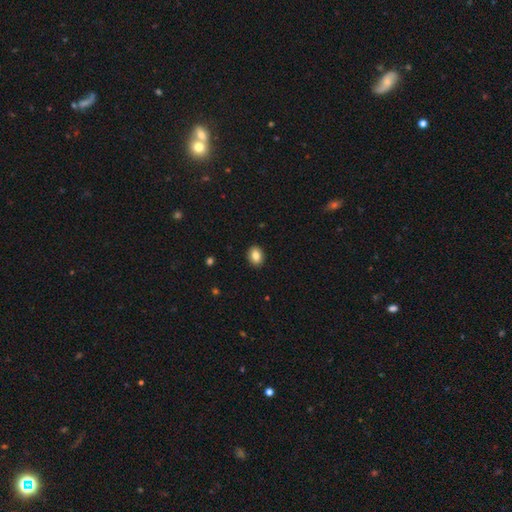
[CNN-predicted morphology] A smooth galaxy with no disk features (84%) that is in between round and cigar-shaped (61%). Merging: none (91%).